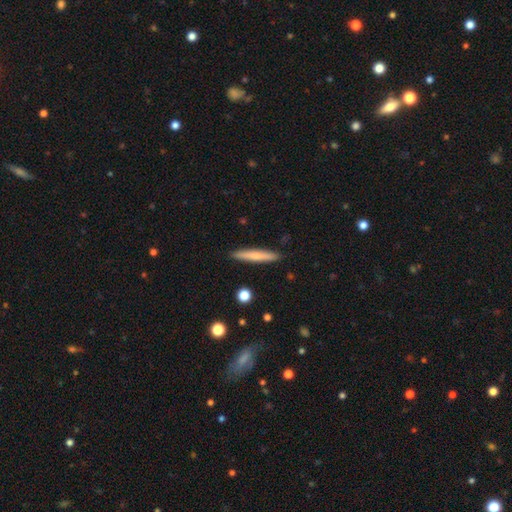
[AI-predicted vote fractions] Smooth or featured?
  - smooth: 64% *
  - featured or disk: 30%
  - star or artifact: 6%
How rounded?
  - cigar-shaped: 94% *
  - in between: 5%
  - round: 1%
Merging?
  - none: 91% *
  - minor disturbance: 6%
  - major disturbance: 1%
  - merger: 1%